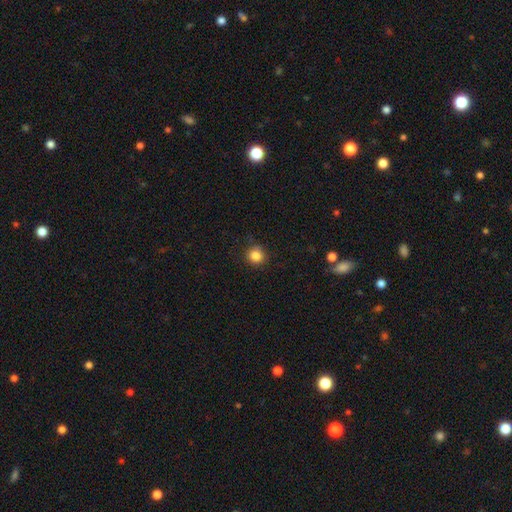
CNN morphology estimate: type=smooth (84%); roundness=round (90%); merging=none (86%).